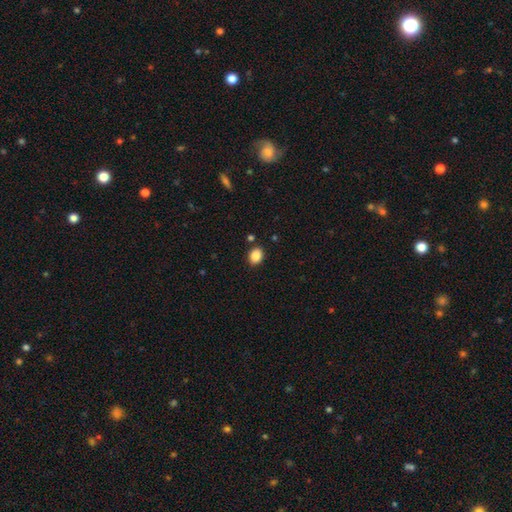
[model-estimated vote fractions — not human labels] Morphology: type=smooth (88%); roundness=in between (58%); merging=none (86%).